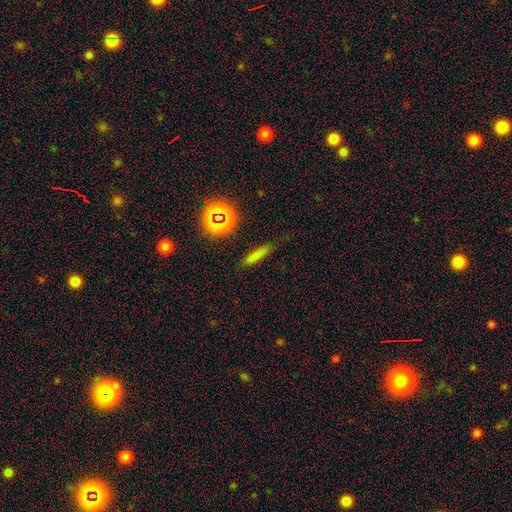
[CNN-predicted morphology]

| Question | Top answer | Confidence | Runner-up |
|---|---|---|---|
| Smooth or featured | smooth | 71% | star or artifact (18%) |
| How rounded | cigar-shaped | 81% | in between (15%) |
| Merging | none | 82% | minor disturbance (12%) |